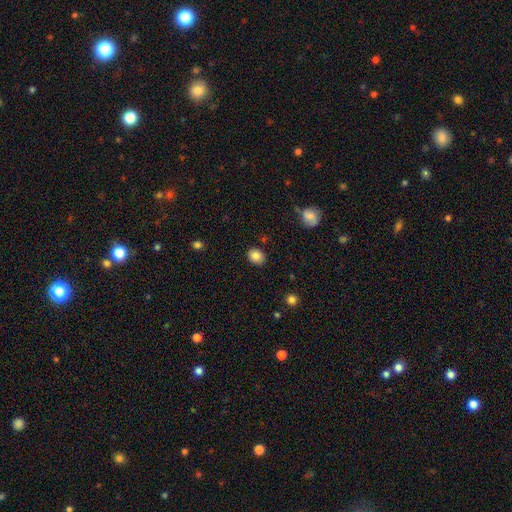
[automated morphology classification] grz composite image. It shows a smooth galaxy with no disk features (84%) that is in between round and cigar-shaped (52%). Merging: none (85%).